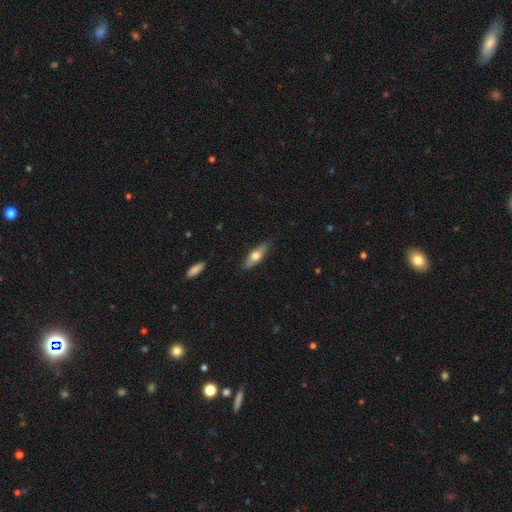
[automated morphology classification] type=smooth (57%); roundness=cigar-shaped (49%); merging=none (87%).